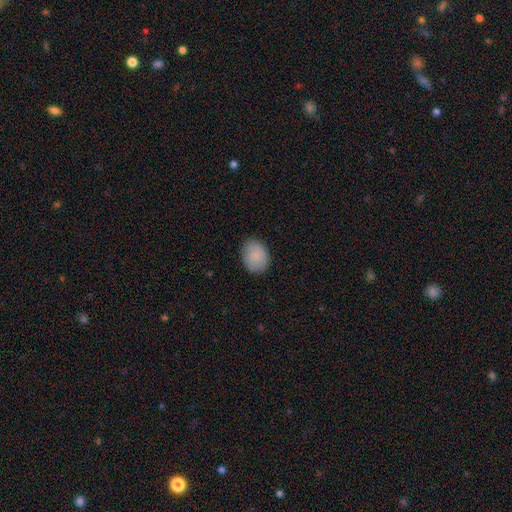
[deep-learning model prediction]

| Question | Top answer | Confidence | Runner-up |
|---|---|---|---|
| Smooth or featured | smooth | 86% | featured or disk (7%) |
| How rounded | in between | 62% | round (37%) |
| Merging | none | 84% | minor disturbance (12%) |